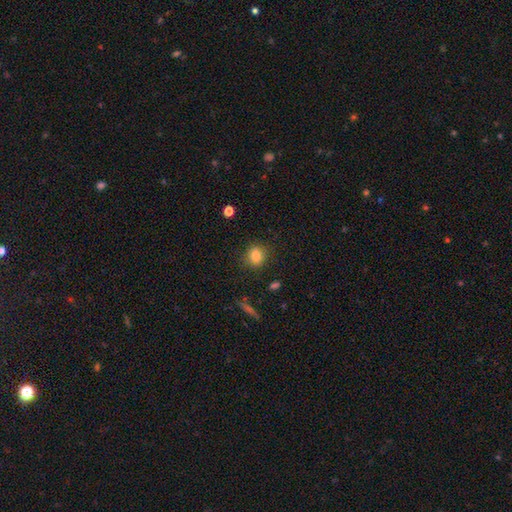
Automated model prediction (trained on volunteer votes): The model was most divided on "how rounded": round: 59%, in between: 40%, cigar-shaped: 2%. More confident: merging — none (84%); smooth or featured — smooth (83%).